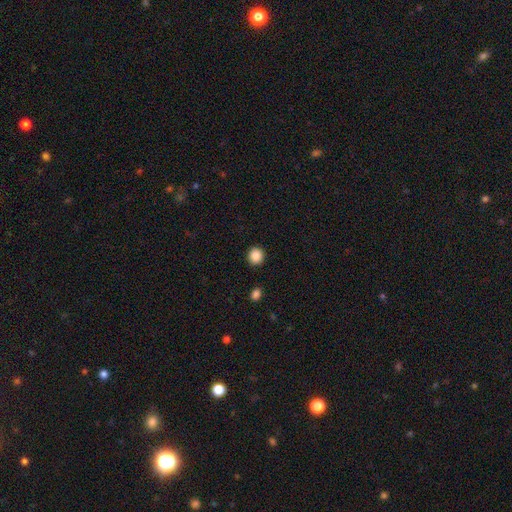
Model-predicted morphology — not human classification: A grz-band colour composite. It shows a smooth galaxy with no disk features (88%) that is round (91%). Merging: none (92%).